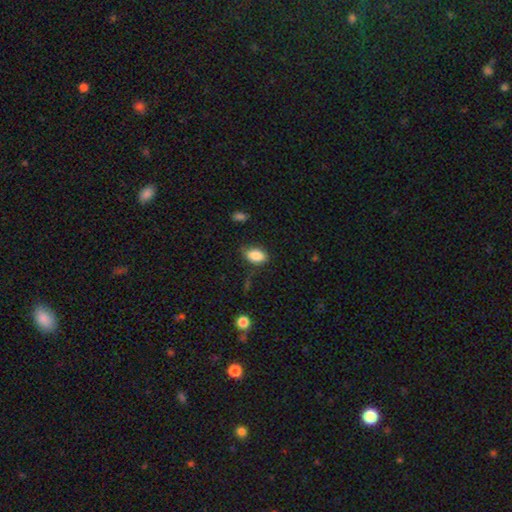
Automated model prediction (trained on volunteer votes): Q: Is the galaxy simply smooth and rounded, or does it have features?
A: smooth — 85%.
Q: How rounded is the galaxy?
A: in between — 89%.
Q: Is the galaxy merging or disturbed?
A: none — 70%.